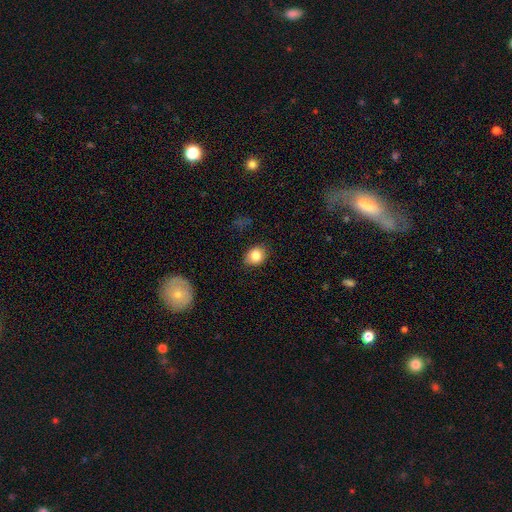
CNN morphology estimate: Overall: smooth (83%). How rounded: in between (51%; round 47%). Merging: none (81%).